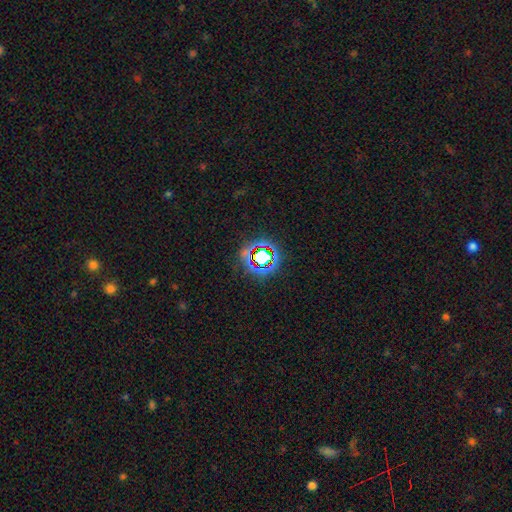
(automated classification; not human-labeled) smooth-or-featured: star or artifact: 69% | smooth: 20% | featured or disk: 11%